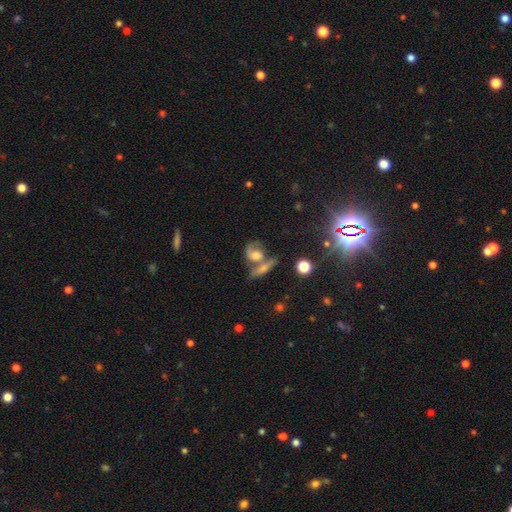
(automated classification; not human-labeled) Smooth or featured: featured or disk — 46% (smooth — 42%)
Merging: merger — 39% (none — 38%)